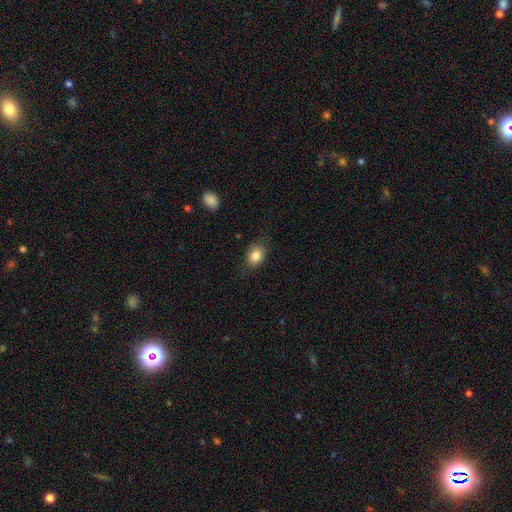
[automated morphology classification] The model was most divided on "how rounded": in between: 69%, round: 30%, cigar-shaped: 1%. More confident: smooth or featured — smooth (84%); merging — none (77%).